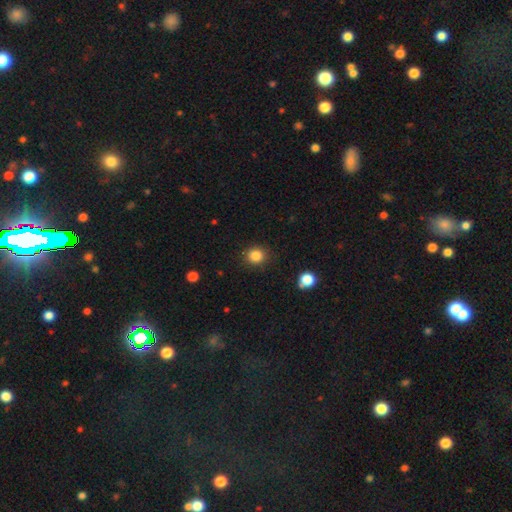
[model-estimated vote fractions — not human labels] smooth_or_featured: smooth (p=0.85) [alt: star or artifact p=0.11]
how_rounded: round (p=0.83) [alt: in between p=0.17]
merging: none (p=0.88) [alt: minor disturbance p=0.08]